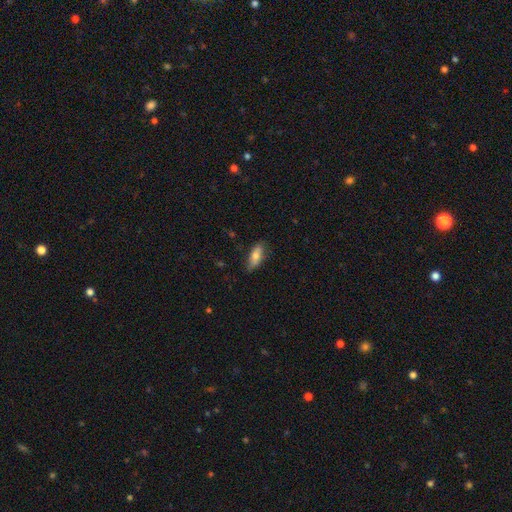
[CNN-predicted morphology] This appears to be a smooth galaxy with no disk features (73%) that is in between round and cigar-shaped (71%). Merging: none (77%).